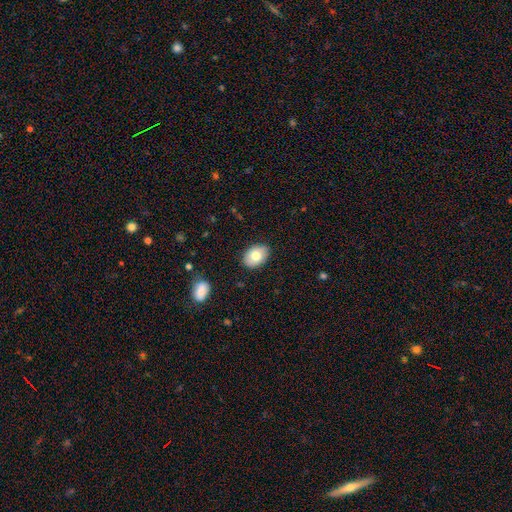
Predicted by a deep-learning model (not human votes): smooth 77%, featured or disk 16%, star or artifact 7%. Down the decision tree: how rounded — in between (82%); merging — none (85%).